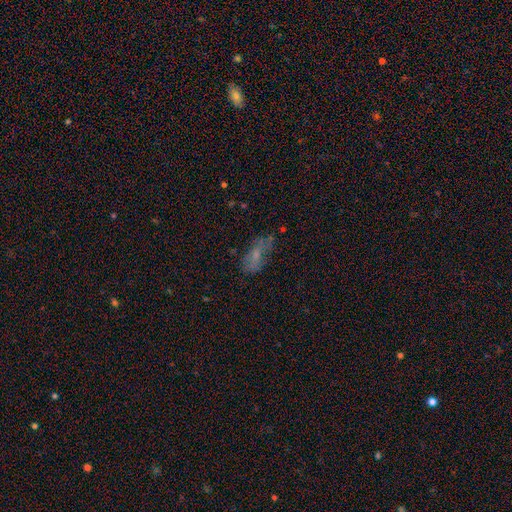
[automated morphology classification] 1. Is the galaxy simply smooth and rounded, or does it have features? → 60% smooth, 29% featured or disk, 12% star or artifact.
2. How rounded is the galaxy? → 82% in between, 14% cigar-shaped, 4% round.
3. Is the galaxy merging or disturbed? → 53% none, 27% minor disturbance, 16% major disturbance, 5% merger.